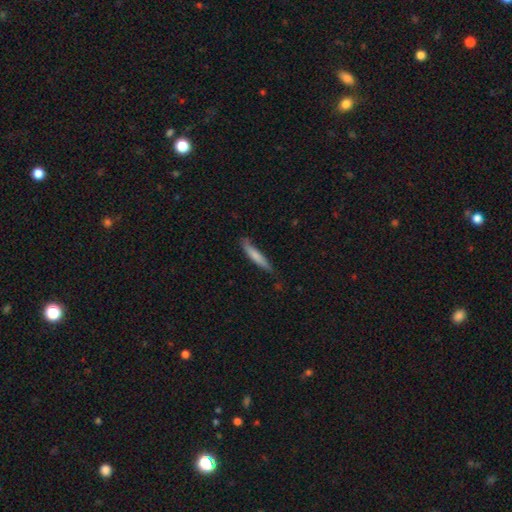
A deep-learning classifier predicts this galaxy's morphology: A smooth galaxy with no disk features (75%) that is cigar-shaped (92%).

Vote fractions:
- Smooth or featured? smooth: 75% / featured or disk: 20% / star or artifact: 5%
- How rounded? cigar-shaped: 92% / in between: 7% / round: 1%
- Merging? none: 77% / minor disturbance: 18% / major disturbance: 3% / merger: 2%